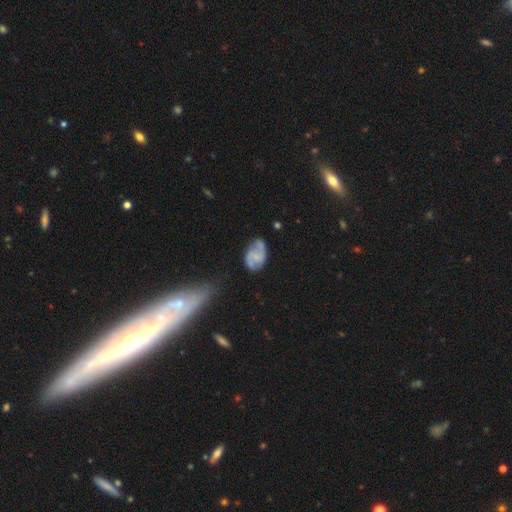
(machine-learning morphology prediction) A featured or disk galaxy (67%) with no bar (48%), 2 (82%) medium (44%) spiral arms (88%) and no central bulge (45%). Merging: none (60%).